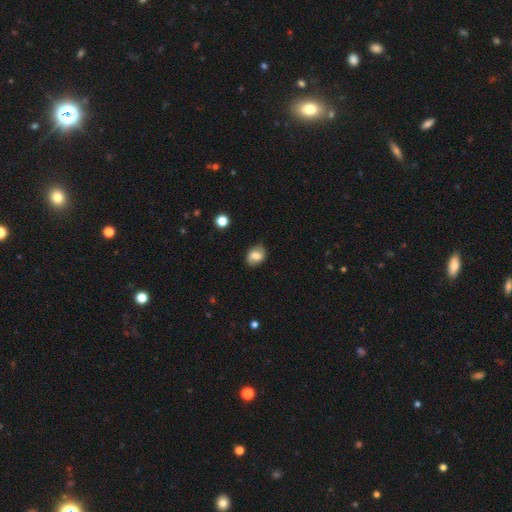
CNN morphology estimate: Smooth or featured: smooth — 60% (featured or disk — 31%)
How rounded: in between — 62% (round — 37%)
Merging: none — 78% (minor disturbance — 17%)